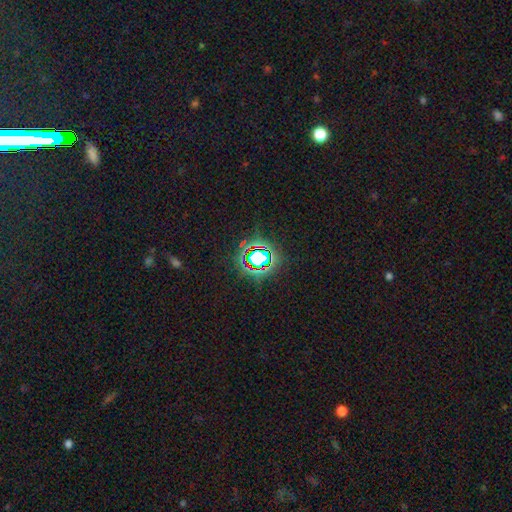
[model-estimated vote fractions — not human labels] Smooth or featured? star or artifact (71%)